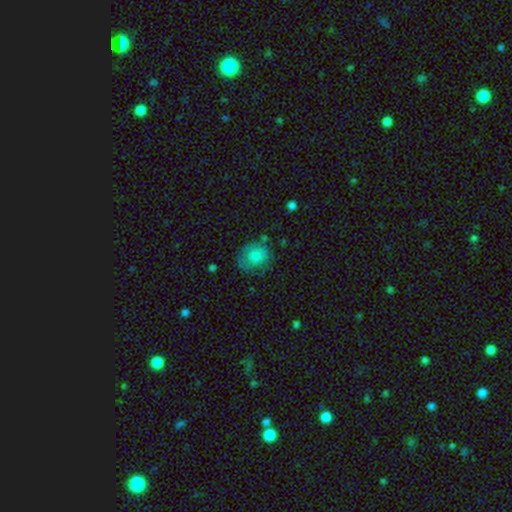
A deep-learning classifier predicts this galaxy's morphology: A smooth galaxy with no disk features (78%) that is round (77%).

Vote fractions:
- Smooth or featured? smooth: 78% / featured or disk: 13% / star or artifact: 9%
- How rounded? round: 77% / in between: 22% / cigar-shaped: 1%
- Merging? none: 62% / minor disturbance: 24% / major disturbance: 12% / merger: 3%